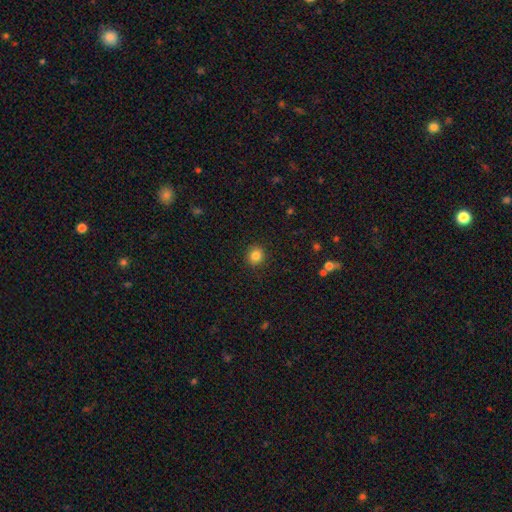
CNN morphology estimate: smooth 84%, star or artifact 11%, featured or disk 5%. Down the decision tree: how rounded — round (88%); merging — none (90%).